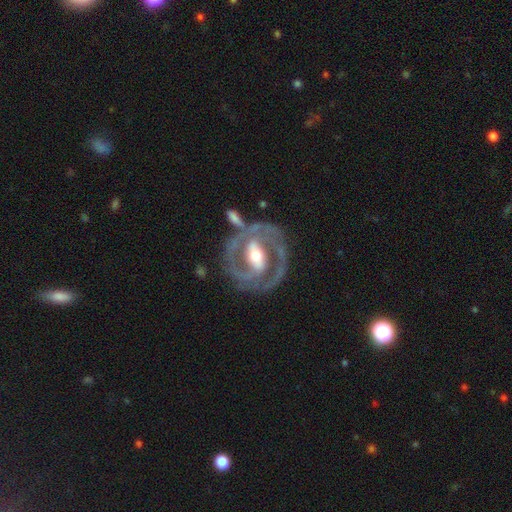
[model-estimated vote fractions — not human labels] Q: Smooth or featured?
A: featured or disk (86%); runner-up: smooth (9%)
Q: Edge-on disk?
A: no (96%); runner-up: yes (4%)
Q: Bar?
A: strong (56%); runner-up: weak (30%)
Q: Spiral arms?
A: yes (83%); runner-up: no (17%)
Q: Spiral winding?
A: tight (55%); runner-up: medium (36%)
Q: Spiral arm count?
A: 2 (79%); runner-up: can't tell (9%)
Q: Bulge size?
A: moderate (69%); runner-up: small (17%)
Q: Merging?
A: none (70%); runner-up: minor disturbance (15%)